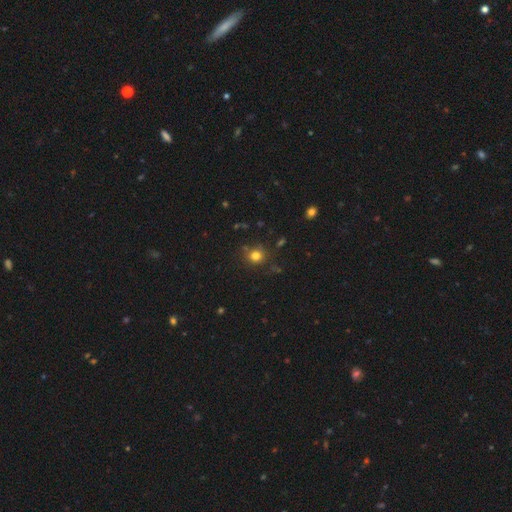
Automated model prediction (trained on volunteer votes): smooth-or-featured: smooth: 78% | star or artifact: 16% | featured or disk: 7%
  how-rounded: round: 88% | in between: 11% | cigar-shaped: 1%
  merging: none: 81% | minor disturbance: 11% | merger: 5% | major disturbance: 3%